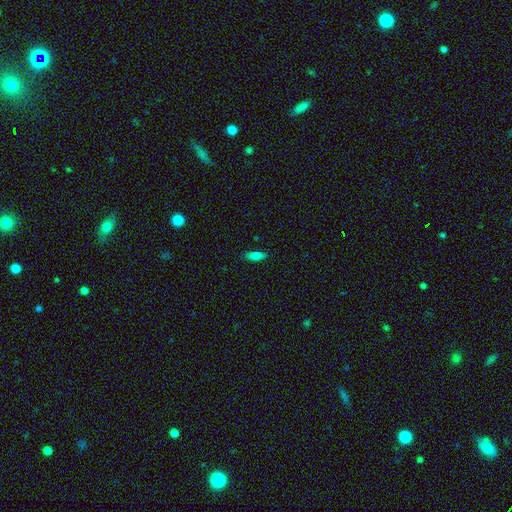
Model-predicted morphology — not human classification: type=smooth (77%); roundness=in between (60%); merging=none (87%).